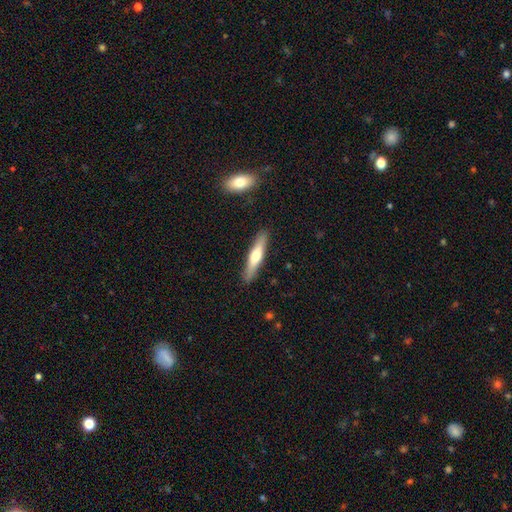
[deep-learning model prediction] The model was most divided on "smooth or featured": smooth: 51%, featured or disk: 43%, star or artifact: 6%. More confident: merging — none (88%); how rounded — cigar-shaped (87%).